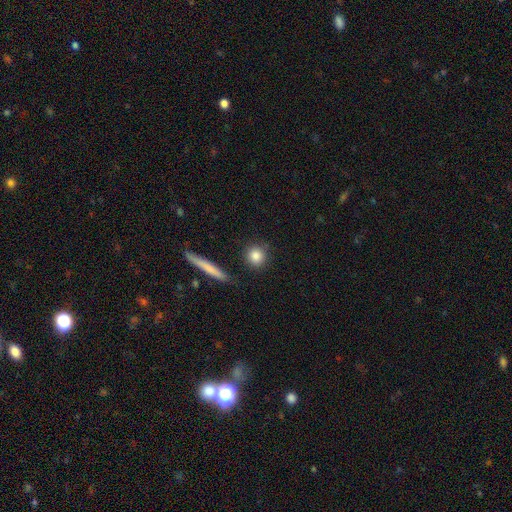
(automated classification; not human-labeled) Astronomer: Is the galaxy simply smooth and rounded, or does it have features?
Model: smooth — 85%.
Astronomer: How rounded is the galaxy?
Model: round — 85%.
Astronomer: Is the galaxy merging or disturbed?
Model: none — 86%.